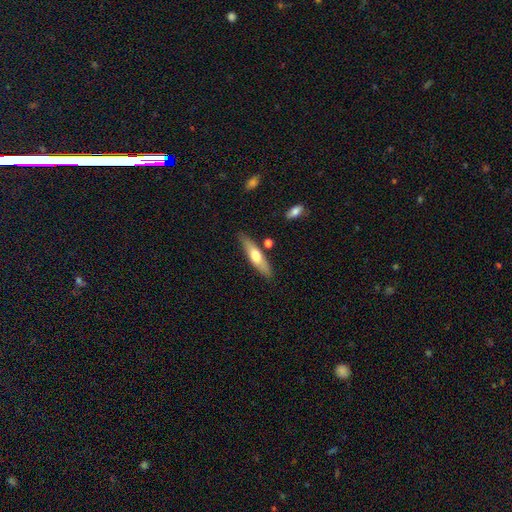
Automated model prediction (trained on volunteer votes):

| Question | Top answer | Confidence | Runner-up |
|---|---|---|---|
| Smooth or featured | smooth | 54% | featured or disk (41%) |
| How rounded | cigar-shaped | 73% | in between (25%) |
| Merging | none | 81% | minor disturbance (12%) |